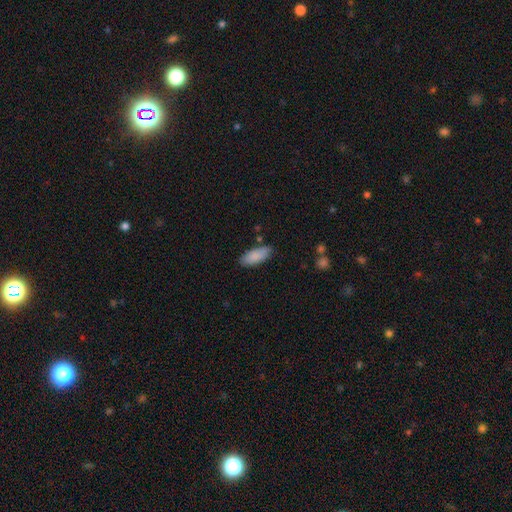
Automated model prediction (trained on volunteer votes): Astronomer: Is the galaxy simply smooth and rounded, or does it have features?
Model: smooth — 88%.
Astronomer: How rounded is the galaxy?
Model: in between — 77%.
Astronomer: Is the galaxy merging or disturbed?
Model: none — 82%.